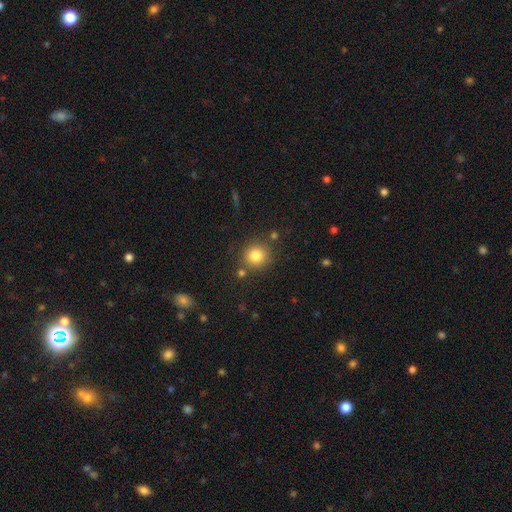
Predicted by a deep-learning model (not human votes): Smooth or featured? Predicted: smooth (p=0.81). How rounded? Predicted: round (p=0.89). Merging? Predicted: none (p=0.80).